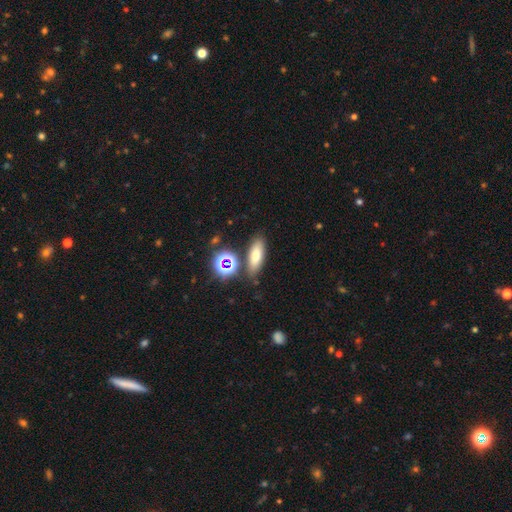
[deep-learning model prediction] Smooth or featured? Predicted: smooth (p=0.69). How rounded? Predicted: in between (p=0.59). Merging? Predicted: none (p=0.79).